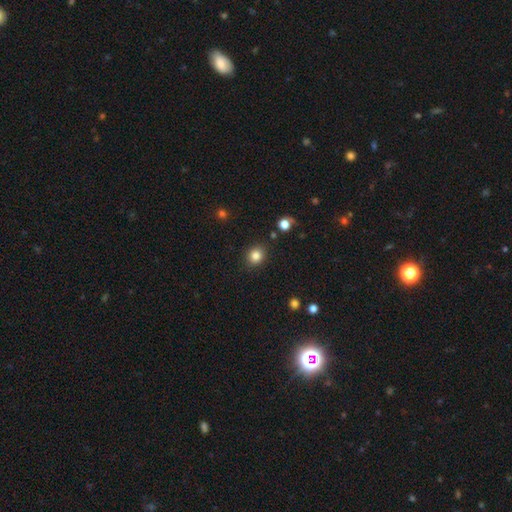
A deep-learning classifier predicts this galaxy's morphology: Smooth or featured? Predicted: smooth (p=0.83). How rounded? Predicted: round (p=0.74). Merging? Predicted: none (p=0.88).